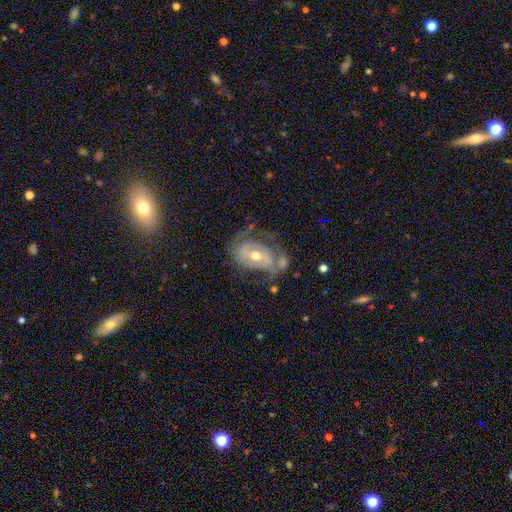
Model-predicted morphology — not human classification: Q: Smooth or featured?
A: featured or disk (71%); runner-up: smooth (21%)
Q: Edge-on disk?
A: no (94%); runner-up: yes (6%)
Q: Bar?
A: no (51%); runner-up: weak (33%)
Q: Spiral arms?
A: yes (66%); runner-up: no (34%)
Q: Bulge size?
A: moderate (69%); runner-up: small (25%)
Q: Merging?
A: none (38%); runner-up: major disturbance (25%)